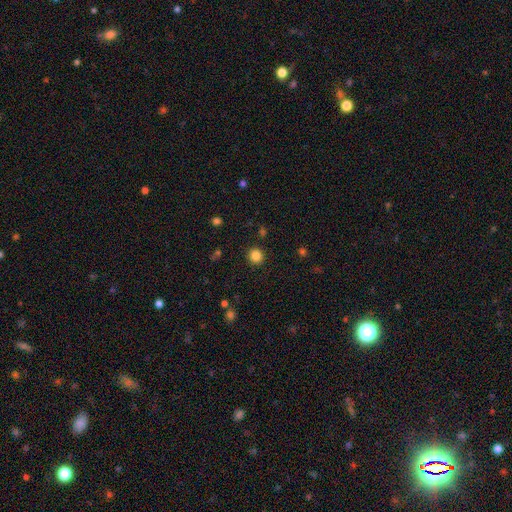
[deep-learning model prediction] smooth-or-featured: smooth: 84% | star or artifact: 12% | featured or disk: 4%
  how-rounded: round: 92% | in between: 7% | cigar-shaped: 1%
  merging: none: 91% | minor disturbance: 5% | major disturbance: 2% | merger: 1%